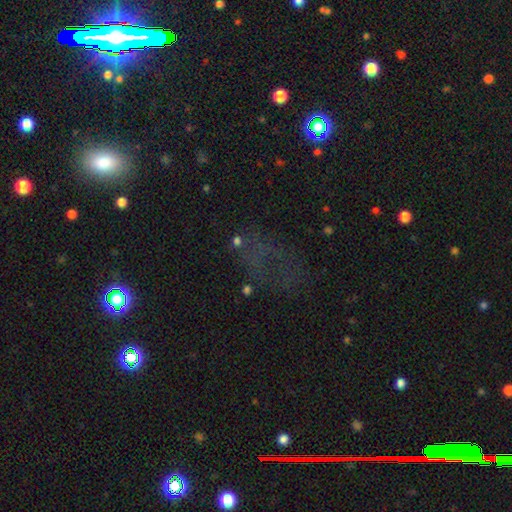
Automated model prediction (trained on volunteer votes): star or artifact 46%, smooth 34%, featured or disk 20%.